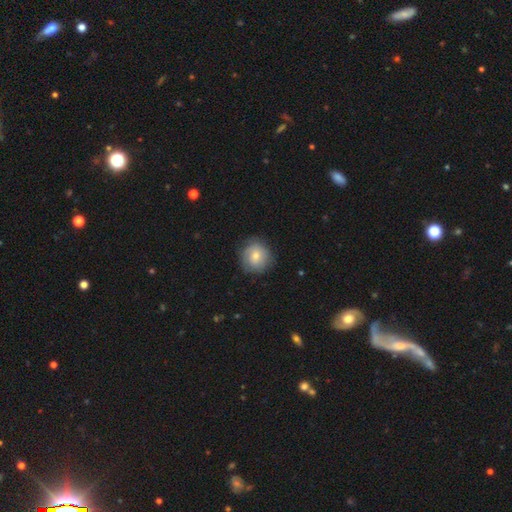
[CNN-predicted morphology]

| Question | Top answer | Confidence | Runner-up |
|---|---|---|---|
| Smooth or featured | smooth | 60% | featured or disk (31%) |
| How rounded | round | 89% | in between (10%) |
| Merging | none | 81% | minor disturbance (14%) |